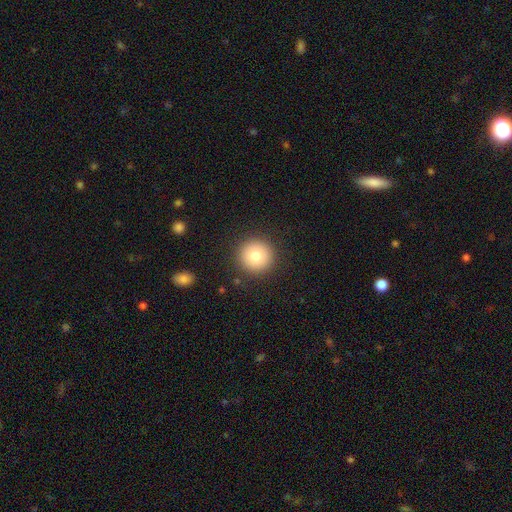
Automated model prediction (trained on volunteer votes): Overall: smooth (80%). How rounded: round (95%). Merging: none (91%).